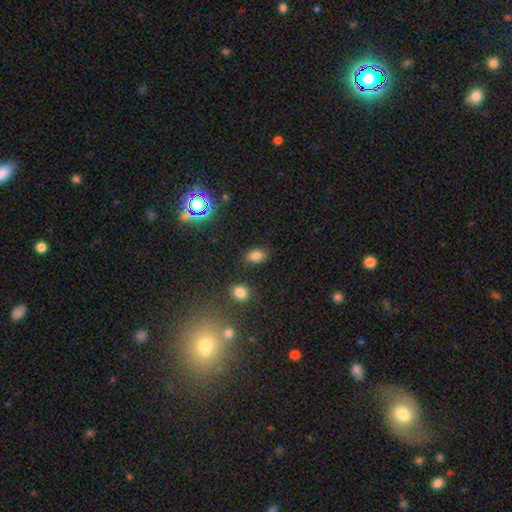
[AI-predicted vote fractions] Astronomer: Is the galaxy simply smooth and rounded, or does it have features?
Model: smooth — 78%.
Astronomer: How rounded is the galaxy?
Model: in between — 81%.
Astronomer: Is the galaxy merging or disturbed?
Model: none — 82%.